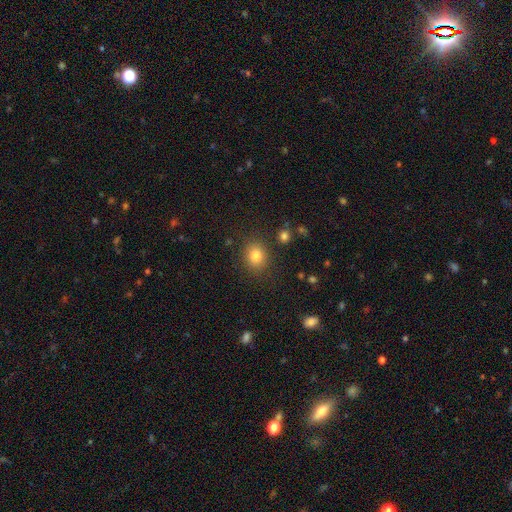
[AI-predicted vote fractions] This is clearly a smooth galaxy (81%). How rounded: likely round (63%). Merging: clearly none (85%).